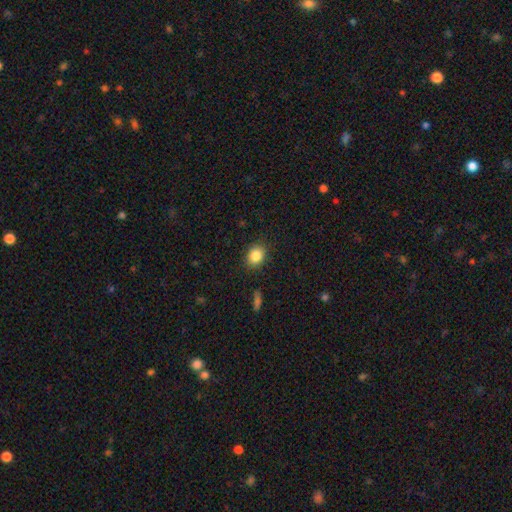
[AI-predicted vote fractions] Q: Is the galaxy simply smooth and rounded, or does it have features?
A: smooth — 85%.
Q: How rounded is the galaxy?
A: round — 53%.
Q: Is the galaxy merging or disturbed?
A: none — 86%.